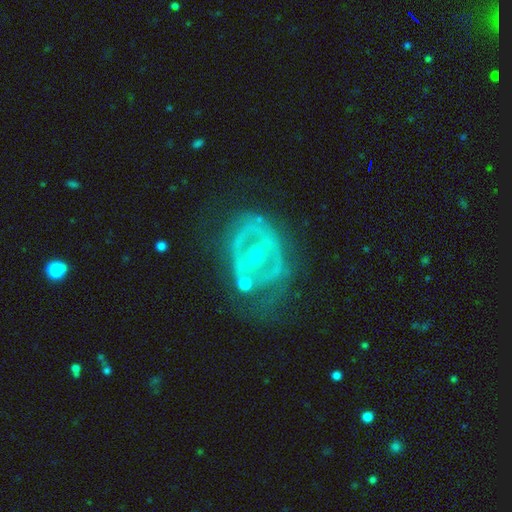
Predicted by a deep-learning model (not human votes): Overall: featured or disk (79%). Edge-on disk: no (95%). Bar: strong (42%; weak 34%). Spiral arms: no (56%; yes 44%). Bulge size: small (55%; moderate 40%). Merging: none (50%; minor disturbance 24%).